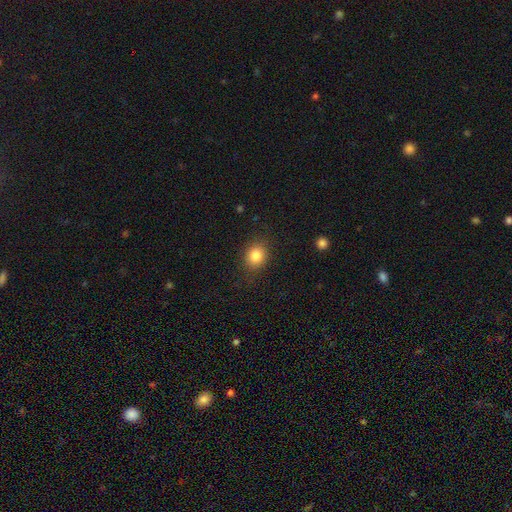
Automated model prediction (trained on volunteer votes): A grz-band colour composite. It shows a smooth galaxy with no disk features (84%) that is round (69%). Merging: none (86%).